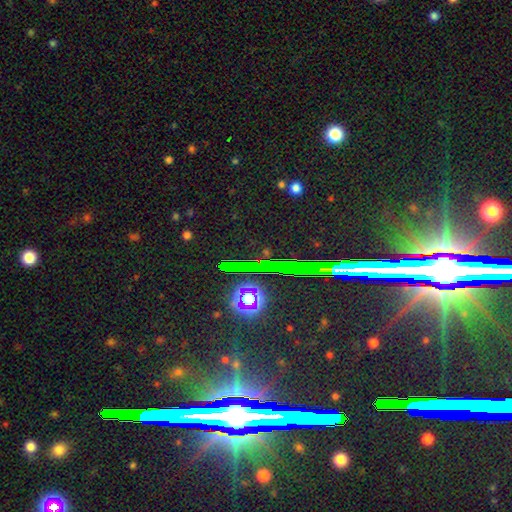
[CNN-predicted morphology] Q: Smooth or featured?
A: star or artifact (83%); runner-up: featured or disk (10%)